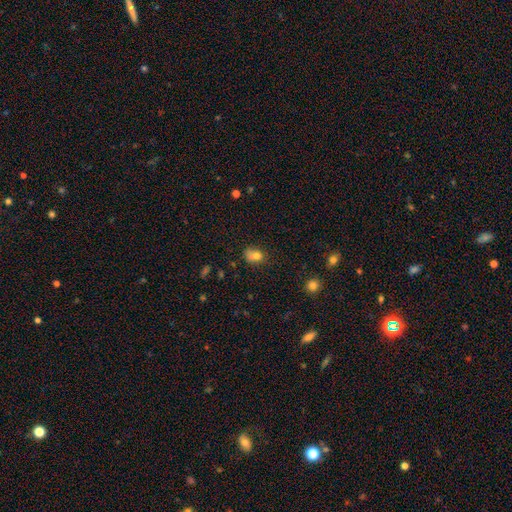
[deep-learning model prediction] Overall: smooth (75%). How rounded: in between (59%; round 40%). Merging: none (45%; minor disturbance 27%).